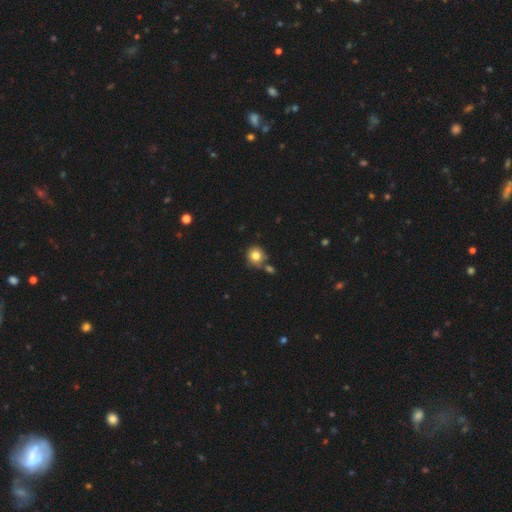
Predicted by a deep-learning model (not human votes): smooth-or-featured: smooth: 81% | star or artifact: 10% | featured or disk: 9%
  how-rounded: round: 89% | in between: 10% | cigar-shaped: 1%
  merging: none: 64% | merger: 19% | minor disturbance: 13% | major disturbance: 4%